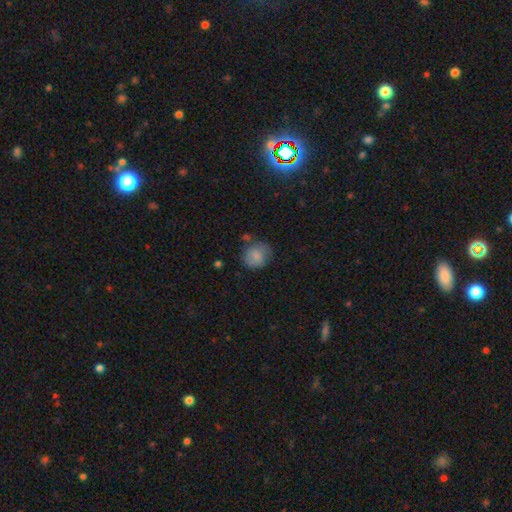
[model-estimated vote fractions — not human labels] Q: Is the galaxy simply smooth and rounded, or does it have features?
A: smooth — 81%.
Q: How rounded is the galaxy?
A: round — 76%.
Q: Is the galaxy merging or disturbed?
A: none — 60%.